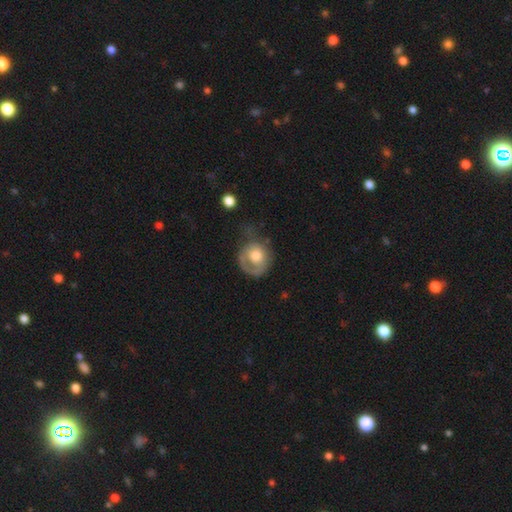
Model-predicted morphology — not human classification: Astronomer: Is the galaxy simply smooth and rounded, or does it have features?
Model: smooth — 51% (runner-up: featured or disk, 42%).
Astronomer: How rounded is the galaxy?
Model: round — 76%.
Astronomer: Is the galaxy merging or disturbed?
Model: none — 41% (runner-up: major disturbance, 31%).